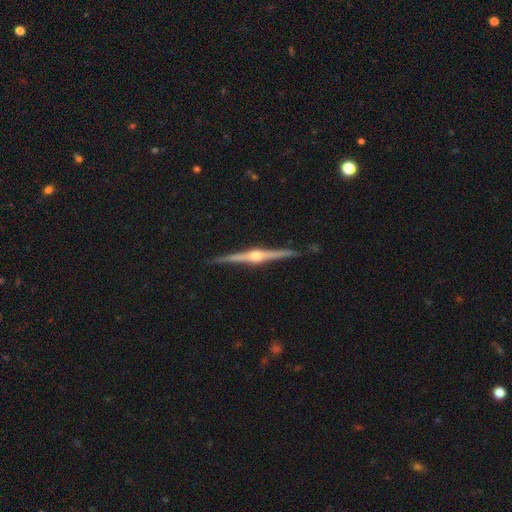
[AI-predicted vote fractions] Smooth or featured? Predicted: featured or disk (p=0.89). Edge-on disk? Predicted: yes (p=0.99). Edge-on bulge? Predicted: rounded (p=0.92). Merging? Predicted: none (p=0.91).